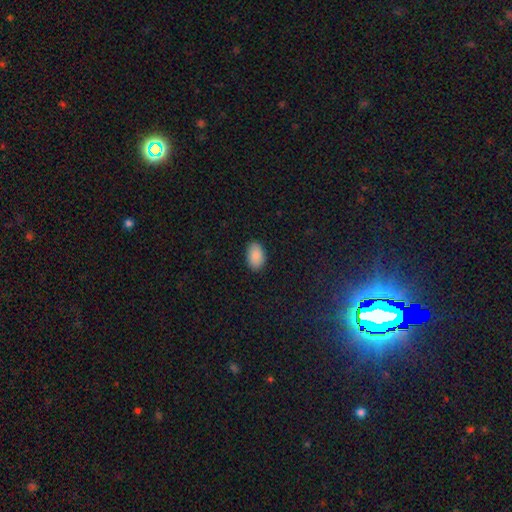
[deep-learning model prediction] Overall: smooth (89%). How rounded: in between (92%). Merging: none (88%).